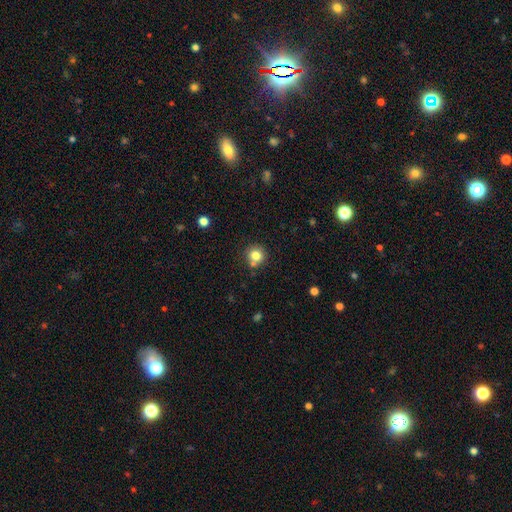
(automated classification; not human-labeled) smooth-or-featured: smooth: 80% | star or artifact: 12% | featured or disk: 8%
  how-rounded: round: 93% | in between: 7% | cigar-shaped: 1%
  merging: none: 76% | merger: 13% | minor disturbance: 9% | major disturbance: 3%